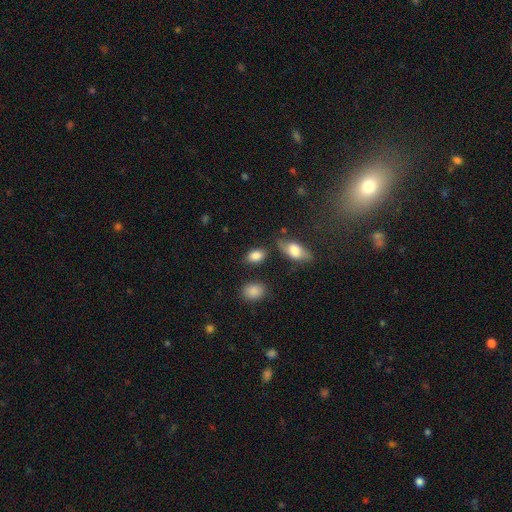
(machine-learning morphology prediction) This is clearly a smooth galaxy (85%). How rounded: clearly in between (87%). Merging: likely none (73%).